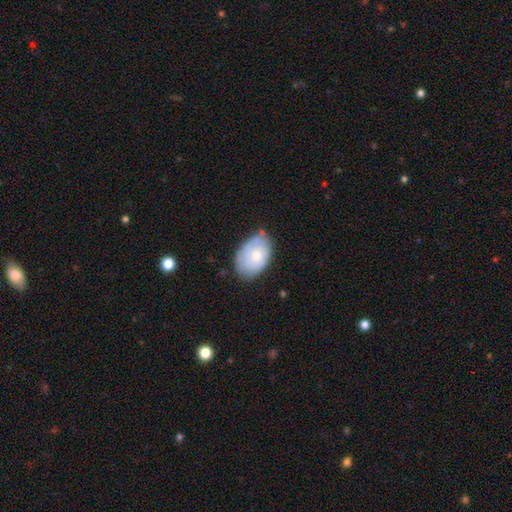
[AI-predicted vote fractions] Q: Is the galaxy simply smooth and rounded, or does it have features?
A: smooth — 52%.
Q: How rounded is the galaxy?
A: in between — 86%.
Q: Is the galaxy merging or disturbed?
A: none — 64%.